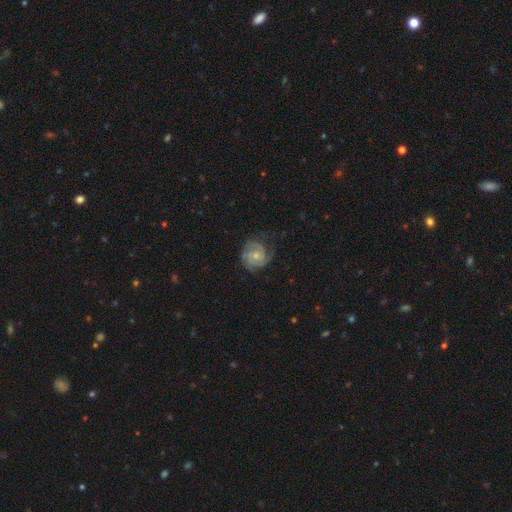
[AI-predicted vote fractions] The model was most divided on "spiral arm count": 3: 35%, 2: 34%, can't tell: 16%, 4: 6%, 1: 5%, more than 4: 4%. More confident: edge-on disk — no (98%); spiral arms — yes (97%); smooth or featured — featured or disk (82%); bar — no (73%); merging — none (70%); spiral winding — tight (63%); bulge size — small (53%).